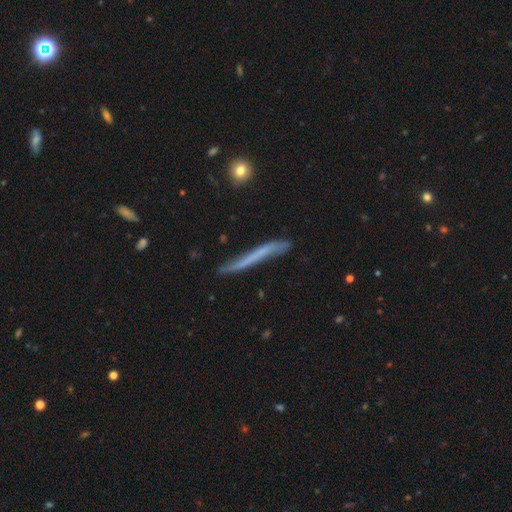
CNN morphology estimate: Smooth or featured: featured or disk — 48% (smooth — 44%)
Merging: none — 73% (minor disturbance — 20%)